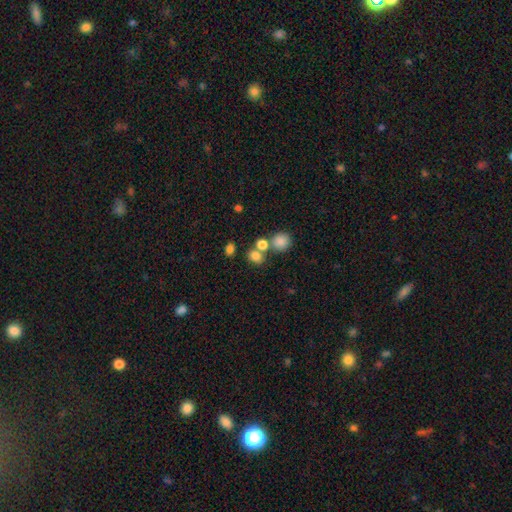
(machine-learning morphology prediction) type=smooth (79%); roundness=in between (51%); merging=none (54%).